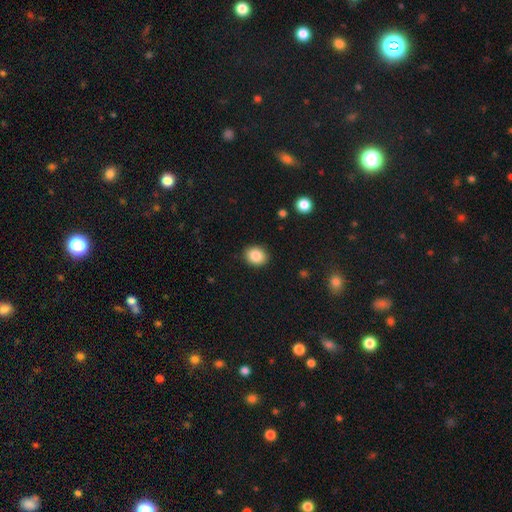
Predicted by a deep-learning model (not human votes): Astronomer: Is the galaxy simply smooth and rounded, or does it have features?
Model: smooth — 86%.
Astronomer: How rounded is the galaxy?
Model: round — 64%.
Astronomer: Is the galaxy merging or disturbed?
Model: none — 89%.